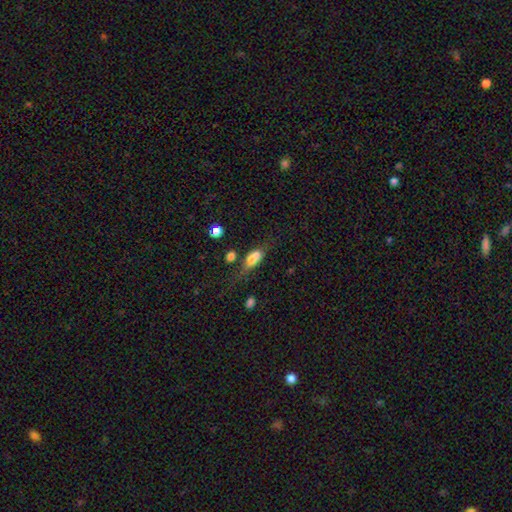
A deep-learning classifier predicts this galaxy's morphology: Overall: smooth (67%). How rounded: in between (72%). Merging: none (35%; merger 23%).